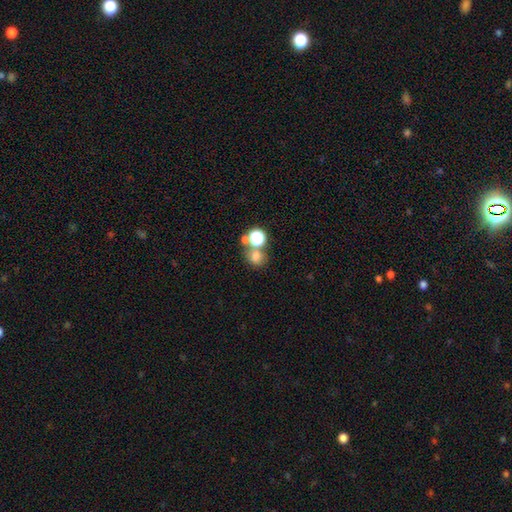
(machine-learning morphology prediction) Smooth or featured: smooth — 71% (star or artifact — 20%)
How rounded: round — 76% (in between — 23%)
Merging: none — 55% (merger — 31%)